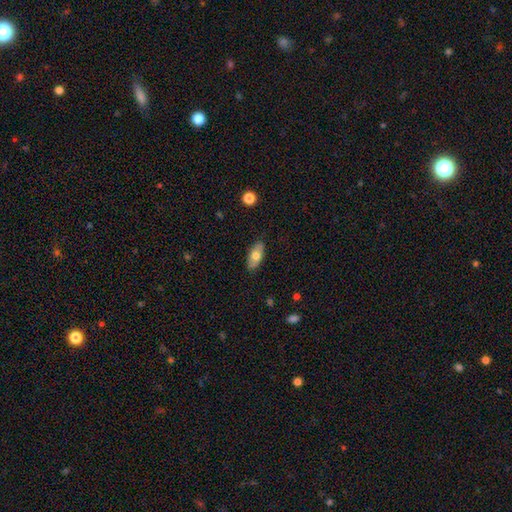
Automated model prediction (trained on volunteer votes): Smooth or featured?
  - smooth: 68% *
  - featured or disk: 26%
  - star or artifact: 6%
How rounded?
  - in between: 88% *
  - cigar-shaped: 9%
  - round: 3%
Merging?
  - none: 85% *
  - minor disturbance: 12%
  - major disturbance: 2%
  - merger: 1%